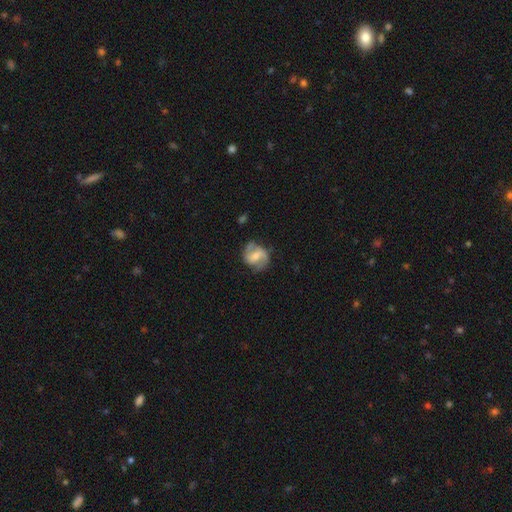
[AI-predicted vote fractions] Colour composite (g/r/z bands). It shows a featured or disk galaxy (75%) with a weak bar (50%), 2 (88%) medium (50%) spiral arms (93%) and a moderate central bulge (42%). Merging: none (72%).